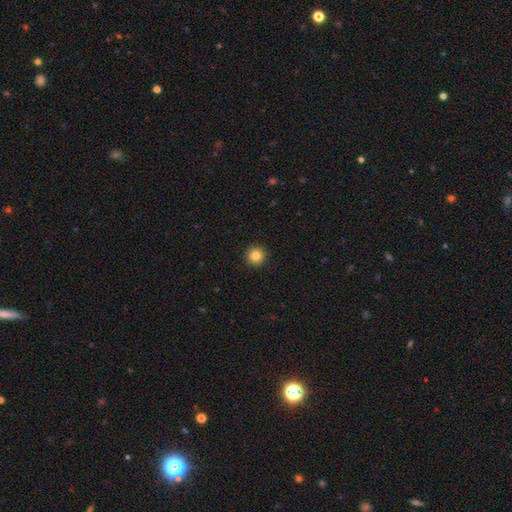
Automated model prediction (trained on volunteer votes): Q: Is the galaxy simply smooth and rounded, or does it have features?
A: smooth — 85%.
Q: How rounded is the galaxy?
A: round — 96%.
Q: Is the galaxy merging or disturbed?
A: none — 93%.